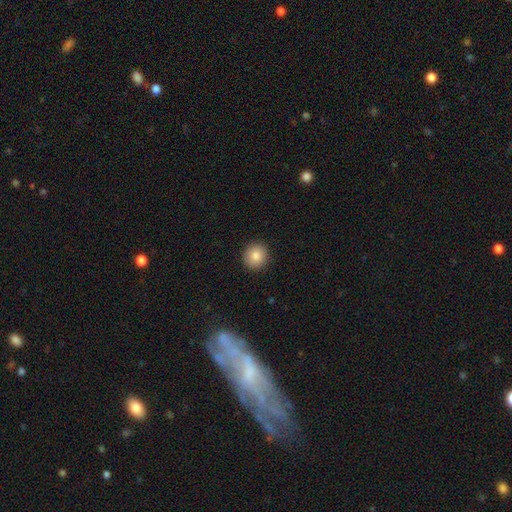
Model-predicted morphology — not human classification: Overall: smooth (84%). How rounded: round (89%). Merging: none (92%).